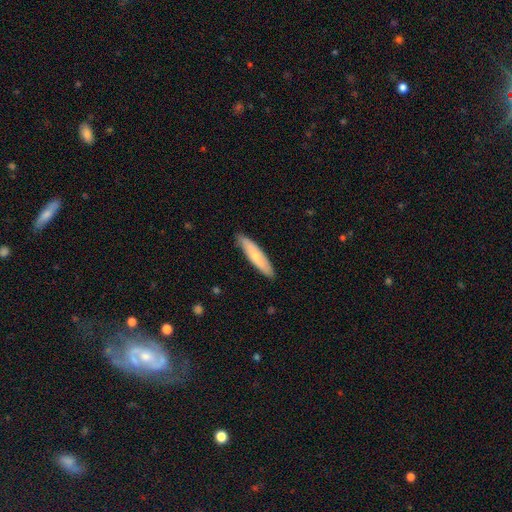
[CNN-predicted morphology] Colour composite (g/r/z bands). It shows a smooth galaxy with no disk features (64%) that is cigar-shaped (81%). Merging: none (87%).